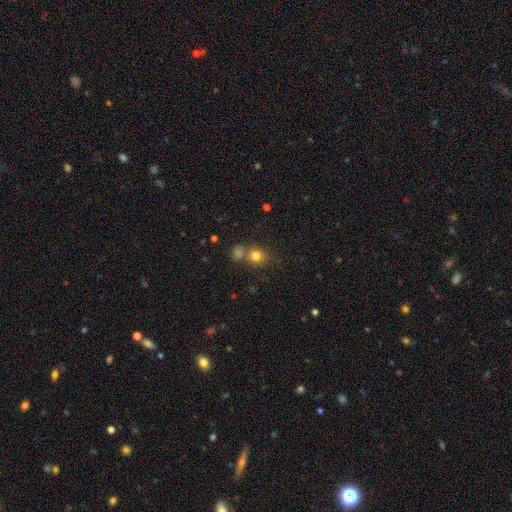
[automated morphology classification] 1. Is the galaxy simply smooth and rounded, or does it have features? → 79% smooth, 14% star or artifact, 7% featured or disk.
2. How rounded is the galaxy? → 82% round, 17% in between, 1% cigar-shaped.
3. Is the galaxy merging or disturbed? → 63% none, 25% merger, 9% minor disturbance, 3% major disturbance.